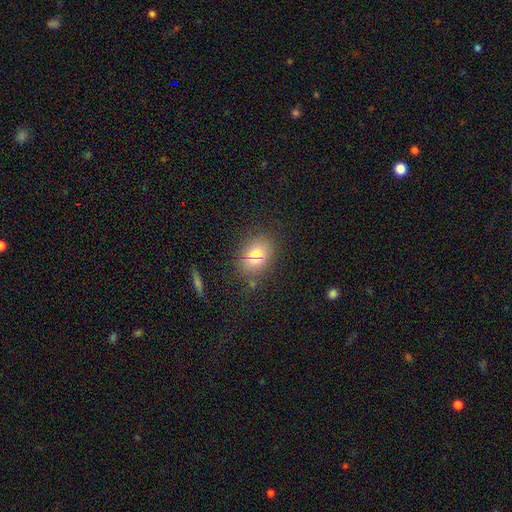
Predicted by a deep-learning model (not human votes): smooth 70%, star or artifact 16%, featured or disk 14%. Down the decision tree: how rounded — in between (68%); merging — none (81%).